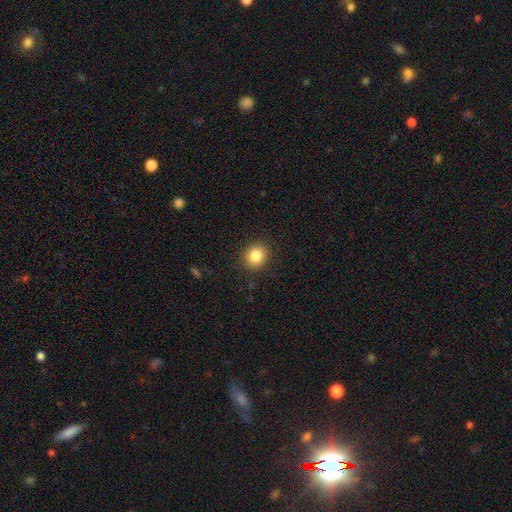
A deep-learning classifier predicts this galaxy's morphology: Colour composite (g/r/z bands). It shows a smooth galaxy with no disk features (84%) that is round (76%). Merging: none (90%).